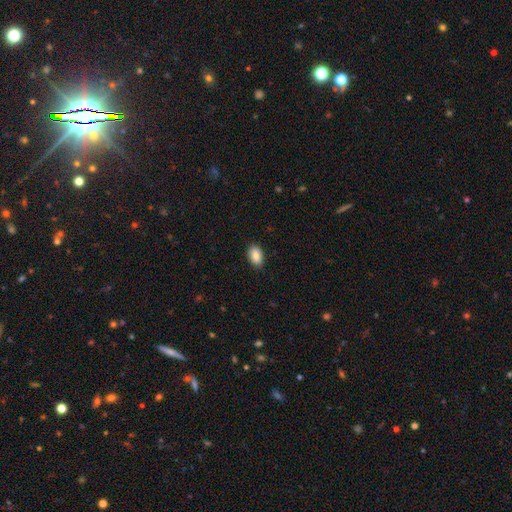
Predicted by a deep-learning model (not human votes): smooth 87%, star or artifact 7%, featured or disk 6%. Down the decision tree: how rounded — in between (91%); merging — none (87%).